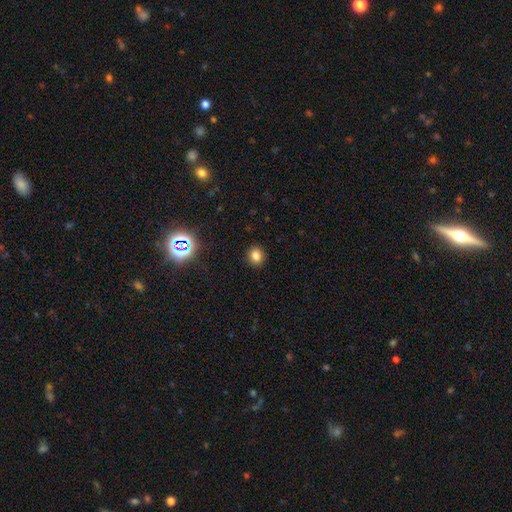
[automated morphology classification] Q: Smooth or featured?
A: smooth (80%); runner-up: star or artifact (14%)
Q: How rounded?
A: round (74%); runner-up: in between (25%)
Q: Merging?
A: none (91%); runner-up: minor disturbance (6%)